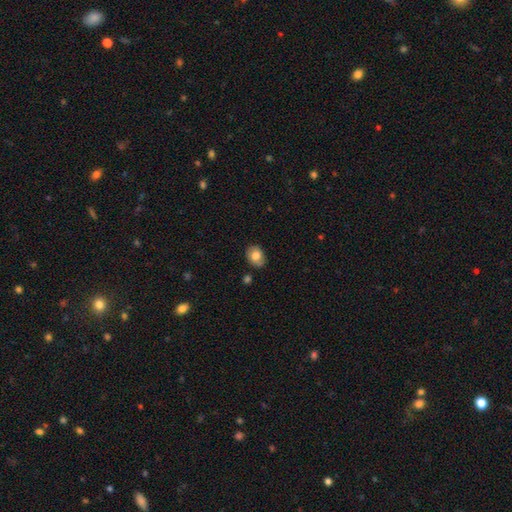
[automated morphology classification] Overall: smooth (77%). How rounded: in between (61%; round 38%). Merging: none (81%).